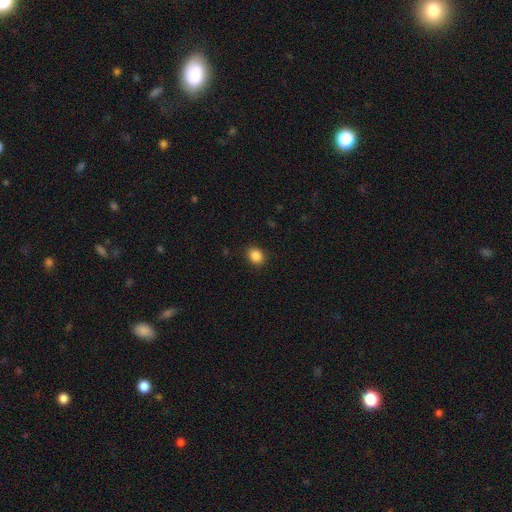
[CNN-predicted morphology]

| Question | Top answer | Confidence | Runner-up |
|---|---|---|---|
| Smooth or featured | smooth | 87% | star or artifact (10%) |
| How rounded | round | 59% | in between (40%) |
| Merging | none | 89% | minor disturbance (7%) |